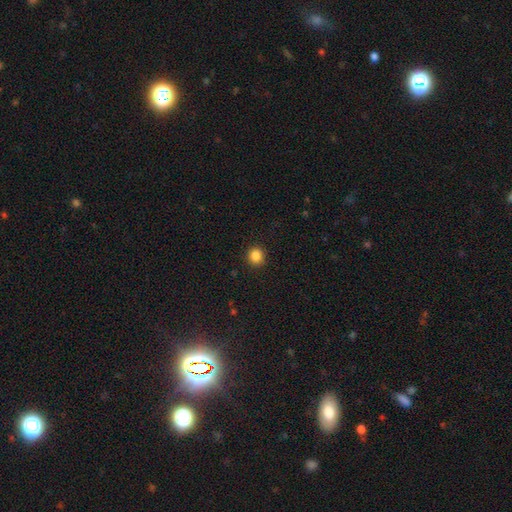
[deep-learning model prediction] smooth-or-featured: smooth: 86% | star or artifact: 11% | featured or disk: 4%
  how-rounded: round: 91% | in between: 8% | cigar-shaped: 1%
  merging: none: 92% | minor disturbance: 5% | major disturbance: 2% | merger: 1%